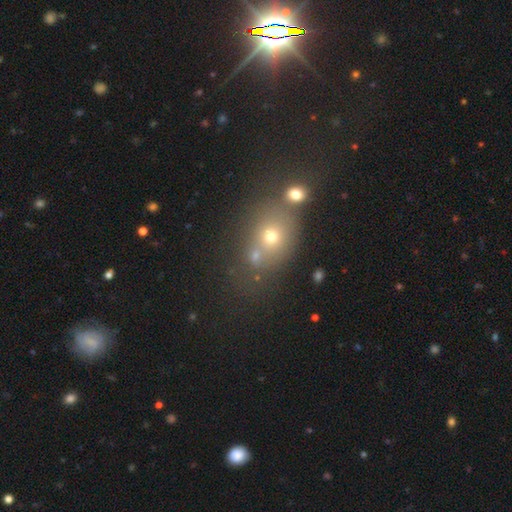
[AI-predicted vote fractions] The model was most divided on "how rounded": round: 57%, in between: 41%, cigar-shaped: 2%. More confident: smooth or featured — smooth (54%); merging — none (52%).